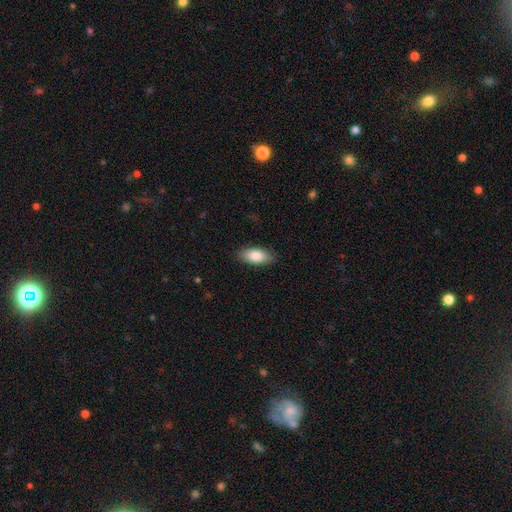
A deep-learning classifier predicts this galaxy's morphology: A smooth galaxy with no disk features (82%) that is in between round and cigar-shaped (86%). Merging: none (88%).